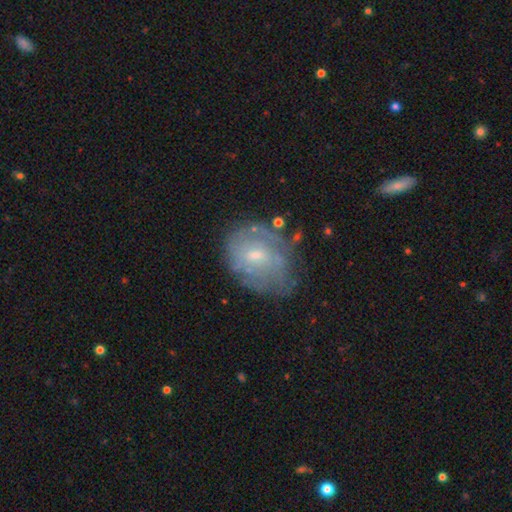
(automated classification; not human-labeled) featured or disk 60%, smooth 32%, star or artifact 9%. Down the decision tree: edge-on disk — no (96%); bar — no (55%); spiral arms — yes (56%); bulge size — small (56%); merging — none (51%).